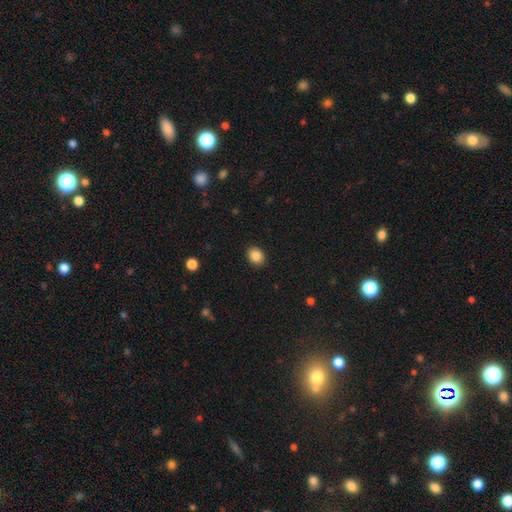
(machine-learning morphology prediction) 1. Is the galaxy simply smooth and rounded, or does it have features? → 87% smooth, 9% star or artifact, 4% featured or disk.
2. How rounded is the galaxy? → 61% round, 38% in between, 1% cigar-shaped.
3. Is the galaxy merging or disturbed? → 91% none, 6% minor disturbance, 2% major disturbance, 1% merger.